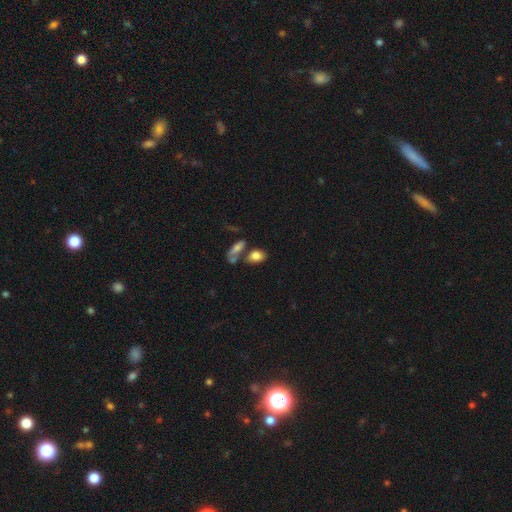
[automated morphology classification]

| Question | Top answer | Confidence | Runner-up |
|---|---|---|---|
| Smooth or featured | smooth | 80% | featured or disk (12%) |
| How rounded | in between | 83% | round (14%) |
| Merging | none | 53% | merger (29%) |